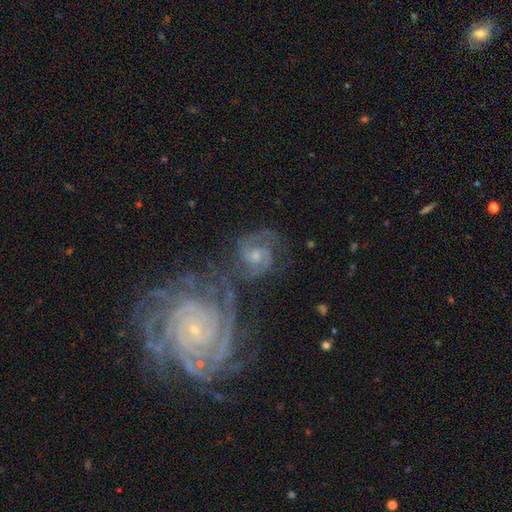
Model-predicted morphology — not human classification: This is clearly a featured or disk galaxy (87%). It is clearly not viewed edge-on (98%). Bar: possibly no (53%). Spiral arm pattern: clearly yes (98%). Spiral arm count: likely 2 (76%). Spiral winding: possibly tight (47%). Central bulge: possibly small (53%). Merging: possibly none (56%).